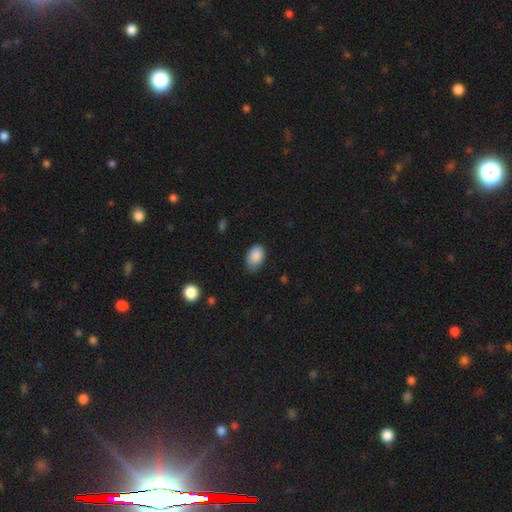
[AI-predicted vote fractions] This is clearly a smooth galaxy (87%). How rounded: clearly in between (85%). Merging: possibly none (57%).